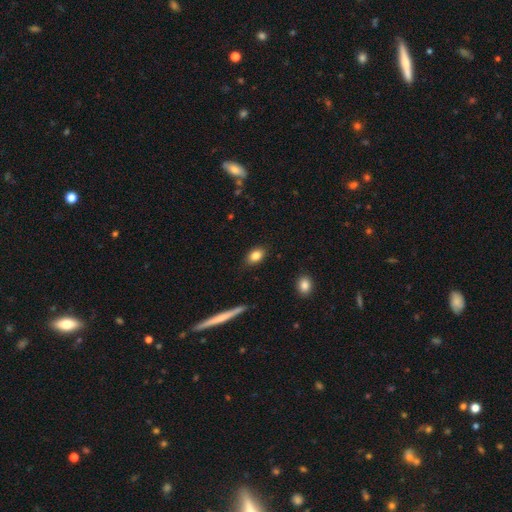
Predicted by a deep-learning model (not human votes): This is clearly a smooth galaxy (84%). How rounded: clearly in between (83%). Merging: clearly none (85%).